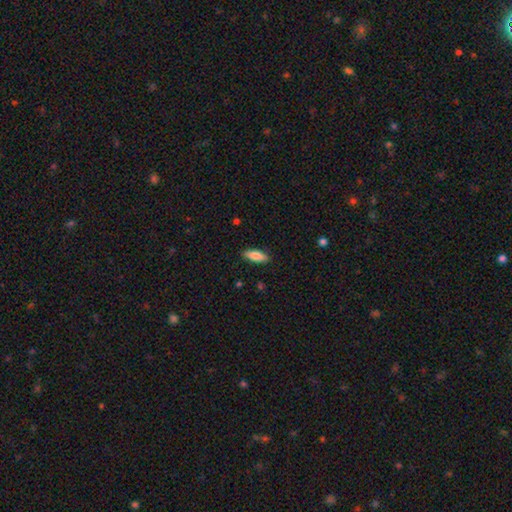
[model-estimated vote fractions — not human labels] Q: Smooth or featured?
A: smooth (80%); runner-up: featured or disk (14%)
Q: How rounded?
A: in between (69%); runner-up: cigar-shaped (29%)
Q: Merging?
A: none (88%); runner-up: minor disturbance (9%)